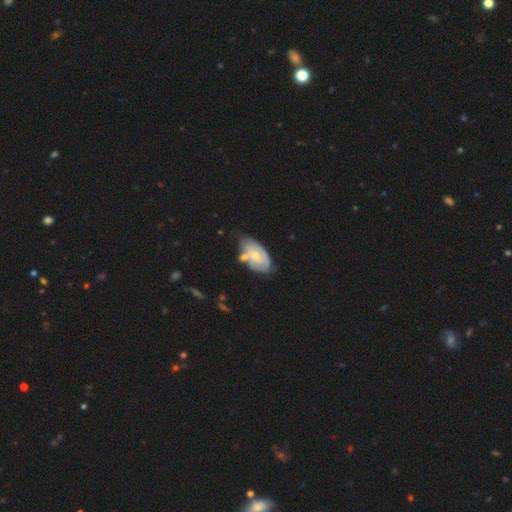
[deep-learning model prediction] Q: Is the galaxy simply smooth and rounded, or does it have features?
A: featured or disk — 49%.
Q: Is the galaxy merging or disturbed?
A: none — 43%.